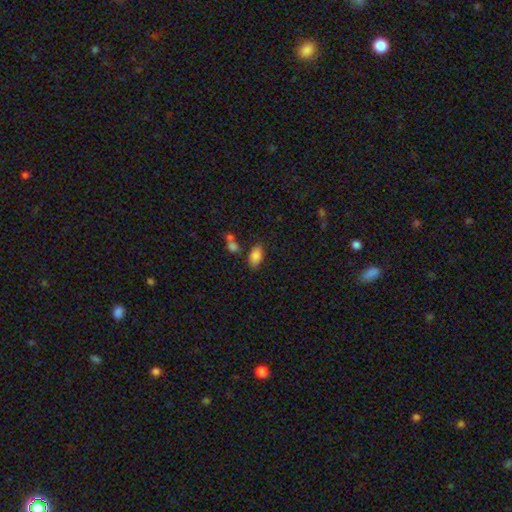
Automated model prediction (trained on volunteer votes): The model was most divided on "merging": none: 70%, minor disturbance: 15%, merger: 11%, major disturbance: 4%. More confident: how rounded — in between (91%); smooth or featured — smooth (86%).